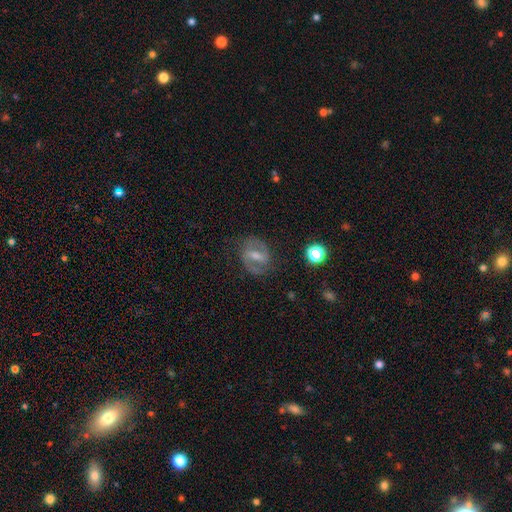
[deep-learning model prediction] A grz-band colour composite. It shows a featured or disk galaxy (75%) with a strong bar (44%), 2 (86%) medium (50%) spiral arms (86%) and a moderate central bulge (50%). Merging: none (79%).